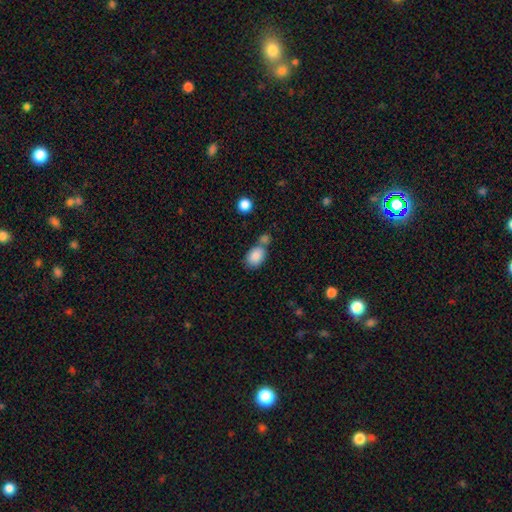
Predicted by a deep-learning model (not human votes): smooth 86%, star or artifact 8%, featured or disk 6%. Down the decision tree: how rounded — in between (76%); merging — none (51%).